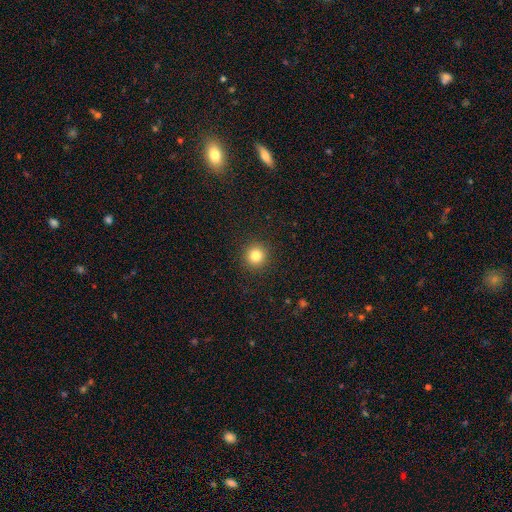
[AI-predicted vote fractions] smooth_or_featured: smooth (p=0.82) [alt: star or artifact p=0.12]
how_rounded: round (p=0.95) [alt: in between p=0.04]
merging: none (p=0.92) [alt: minor disturbance p=0.05]